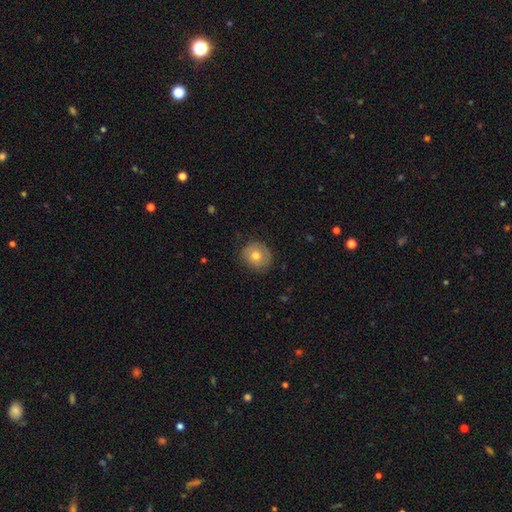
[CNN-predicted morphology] Smooth or featured? smooth (71%)
How rounded? round (85%)
Merging? none (82%)